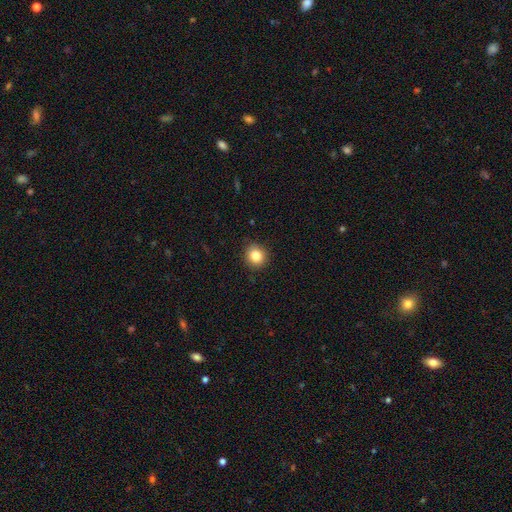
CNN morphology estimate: Smooth or featured: smooth — 84% (star or artifact — 10%)
How rounded: round — 87% (in between — 12%)
Merging: none — 89% (minor disturbance — 8%)